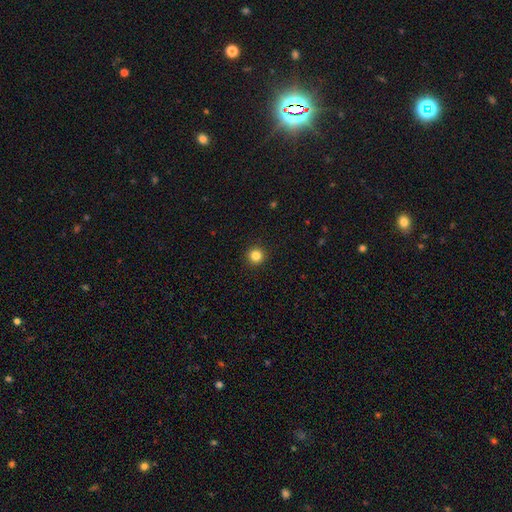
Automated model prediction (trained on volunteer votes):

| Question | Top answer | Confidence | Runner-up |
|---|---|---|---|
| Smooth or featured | smooth | 84% | star or artifact (12%) |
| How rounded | round | 96% | in between (3%) |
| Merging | none | 93% | minor disturbance (4%) |